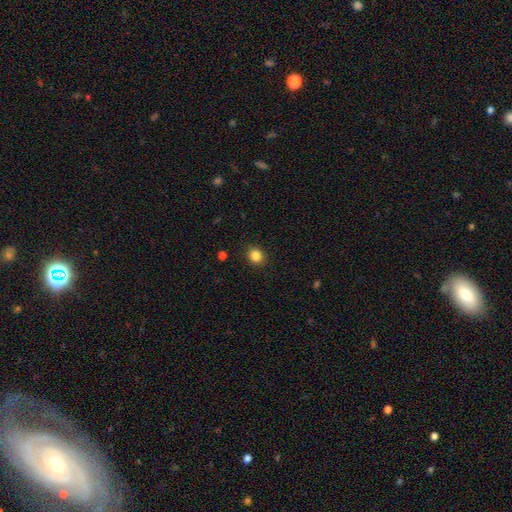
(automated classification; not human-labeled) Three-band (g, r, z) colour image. It shows a smooth galaxy with no disk features (85%) that is round (74%). Merging: none (90%).